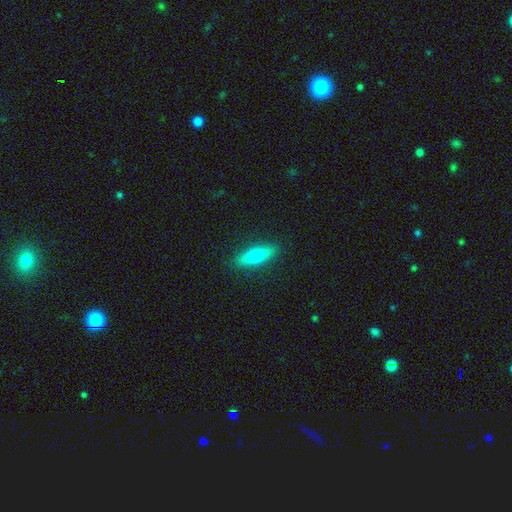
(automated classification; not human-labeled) A smooth galaxy with no disk features (62%) that is cigar-shaped (63%).

Vote fractions:
- Smooth or featured? smooth: 62% / featured or disk: 32% / star or artifact: 6%
- How rounded? cigar-shaped: 63% / in between: 34% / round: 3%
- Merging? none: 89% / minor disturbance: 8% / major disturbance: 2% / merger: 1%